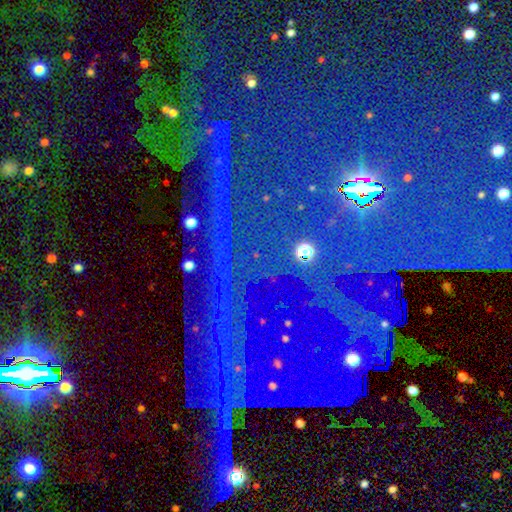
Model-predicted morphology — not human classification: This is clearly a star or artifact rather than a galaxy (85%).